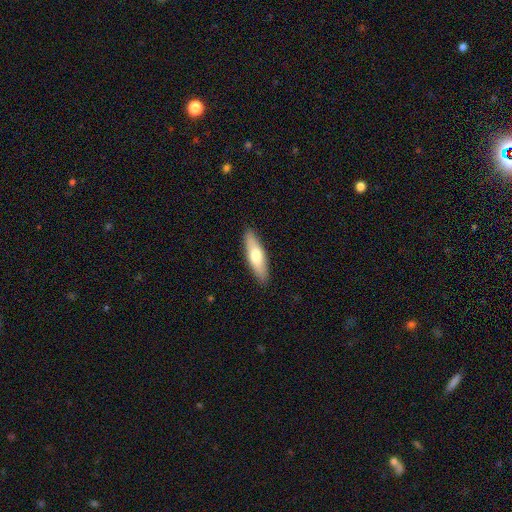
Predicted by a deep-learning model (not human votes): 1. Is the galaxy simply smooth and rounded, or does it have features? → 64% smooth, 31% featured or disk, 5% star or artifact.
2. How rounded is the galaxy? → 63% cigar-shaped, 35% in between, 2% round.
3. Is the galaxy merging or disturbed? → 89% none, 8% minor disturbance, 2% major disturbance, 1% merger.